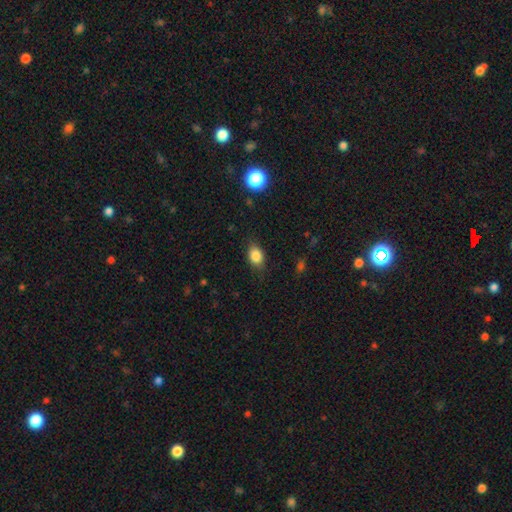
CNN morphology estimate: The model was most divided on "how rounded": in between: 72%, round: 26%, cigar-shaped: 2%. More confident: smooth or featured — smooth (82%); merging — none (76%).